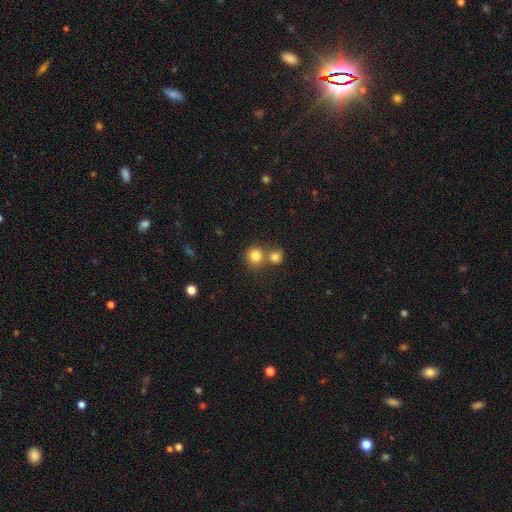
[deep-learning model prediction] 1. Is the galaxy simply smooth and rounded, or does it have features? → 82% smooth, 11% star or artifact, 7% featured or disk.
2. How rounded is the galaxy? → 88% round, 11% in between, 1% cigar-shaped.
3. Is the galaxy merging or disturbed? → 52% none, 38% merger, 7% minor disturbance, 3% major disturbance.